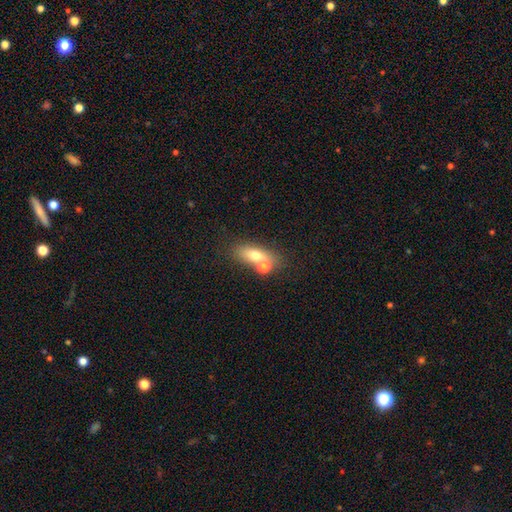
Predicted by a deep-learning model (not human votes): This appears to be a smooth galaxy with no disk features (66%) that is in between round and cigar-shaped (65%). Merging: none (47%).